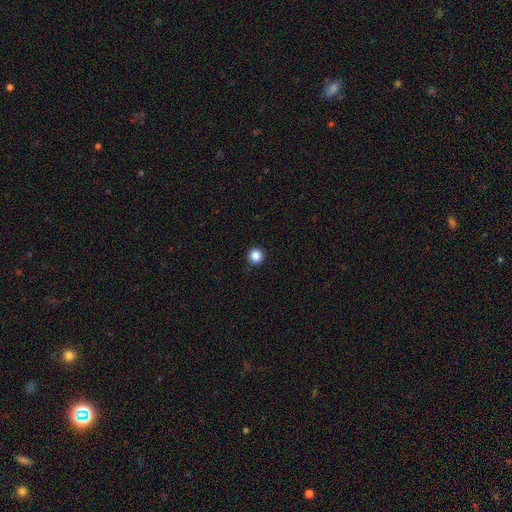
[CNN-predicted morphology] A smooth galaxy with no disk features (87%) that is round (96%).

Vote fractions:
- Smooth or featured? smooth: 87% / star or artifact: 10% / featured or disk: 3%
- How rounded? round: 96% / in between: 3% / cigar-shaped: 1%
- Merging? none: 93% / minor disturbance: 4% / major disturbance: 2% / merger: 1%